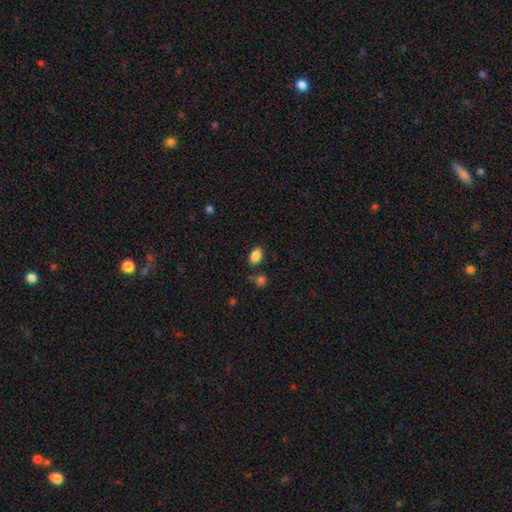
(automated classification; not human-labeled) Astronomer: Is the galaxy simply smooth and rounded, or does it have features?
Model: smooth — 86%.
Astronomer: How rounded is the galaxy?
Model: in between — 88%.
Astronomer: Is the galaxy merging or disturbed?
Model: none — 77%.